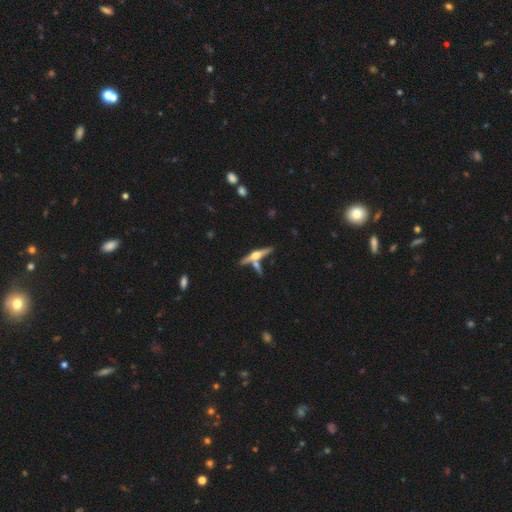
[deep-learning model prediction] This appears to be a featured or disk galaxy (74%) viewed edge-on (96%) with a rounded central bulge (94%). Merging: none (66%).